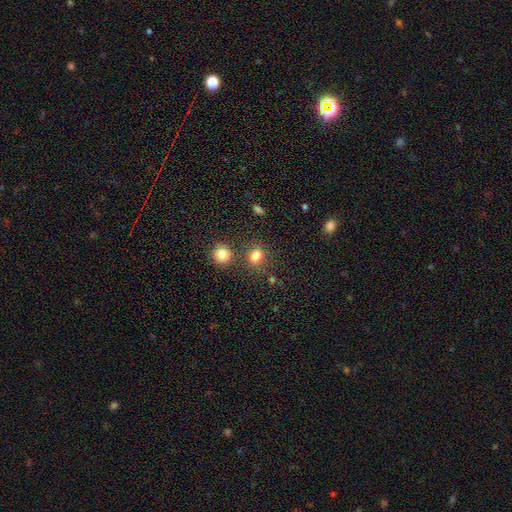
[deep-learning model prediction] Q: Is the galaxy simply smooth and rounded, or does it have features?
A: smooth — 77%.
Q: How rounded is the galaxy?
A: round — 67%.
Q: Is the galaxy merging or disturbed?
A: none — 73%.